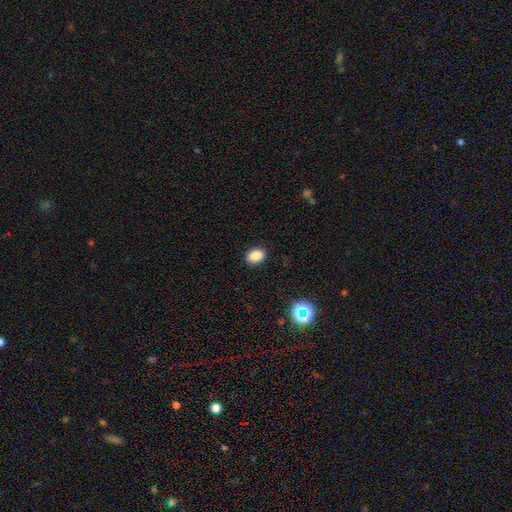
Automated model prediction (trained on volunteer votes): Smooth or featured?
  - smooth: 86% *
  - star or artifact: 10%
  - featured or disk: 3%
How rounded?
  - in between: 73% *
  - round: 26%
  - cigar-shaped: 1%
Merging?
  - none: 89% *
  - minor disturbance: 8%
  - major disturbance: 2%
  - merger: 1%